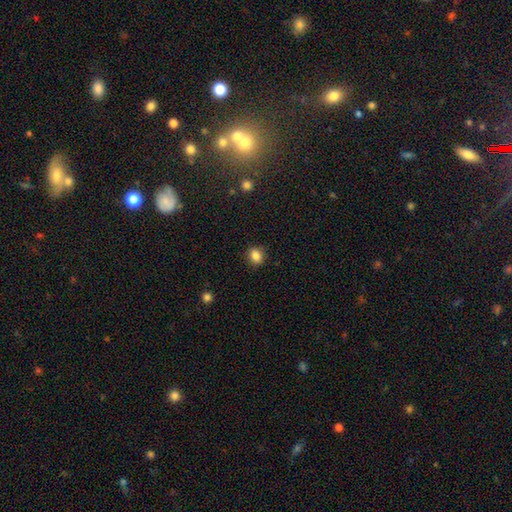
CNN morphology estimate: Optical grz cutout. It shows a smooth galaxy with no disk features (85%) that is round (58%). Merging: none (88%).